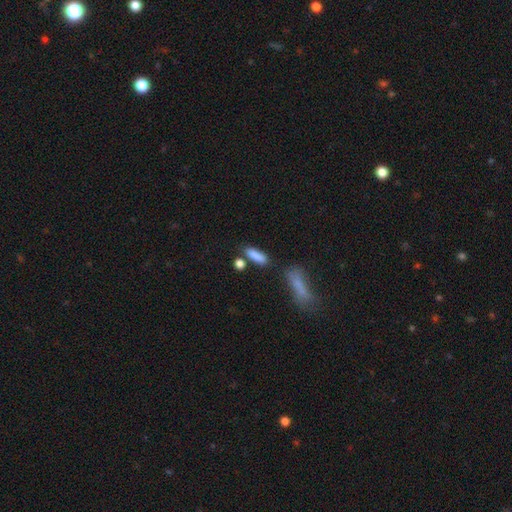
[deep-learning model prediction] Overall: smooth (84%). How rounded: cigar-shaped (52%; in between 44%). Merging: none (68%).